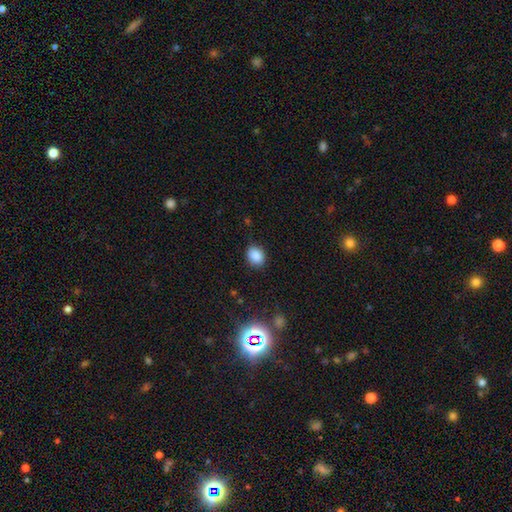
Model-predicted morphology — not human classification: smooth 86%, star or artifact 10%, featured or disk 4%. Down the decision tree: how rounded — round (52%); merging — none (85%).